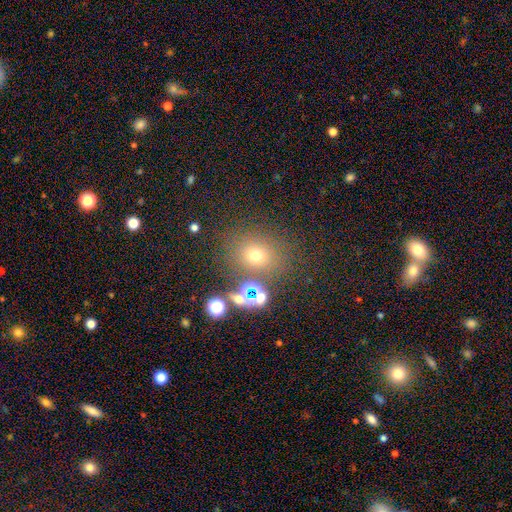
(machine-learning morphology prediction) type=smooth (61%); roundness=round (70%); merging=none (75%).